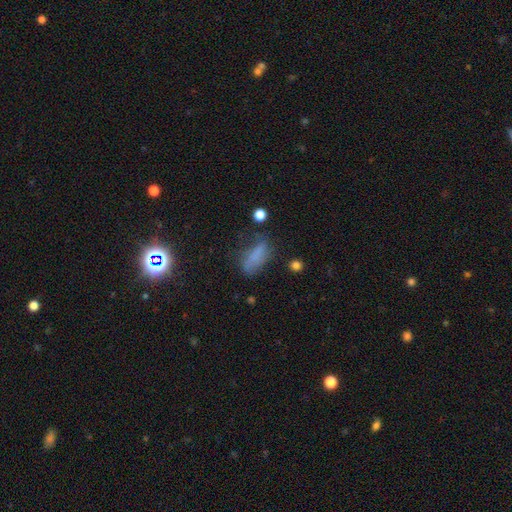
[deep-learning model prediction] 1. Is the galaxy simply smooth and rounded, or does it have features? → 63% smooth, 19% featured or disk, 18% star or artifact.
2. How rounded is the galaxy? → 66% in between, 28% cigar-shaped, 6% round.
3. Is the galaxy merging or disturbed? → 46% none, 30% minor disturbance, 19% major disturbance, 4% merger.